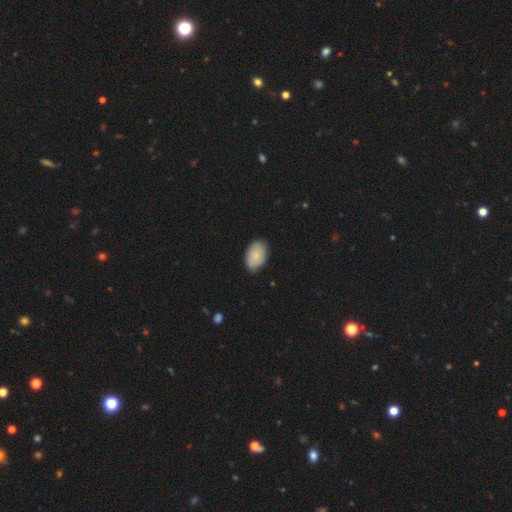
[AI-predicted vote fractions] Q: Smooth or featured?
A: smooth (84%); runner-up: featured or disk (10%)
Q: How rounded?
A: in between (92%); runner-up: round (7%)
Q: Merging?
A: none (84%); runner-up: minor disturbance (13%)